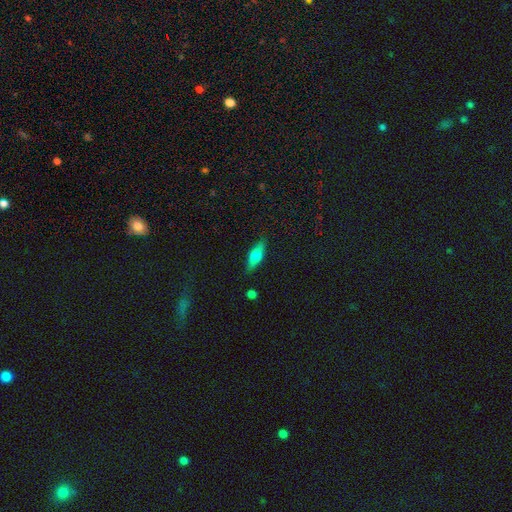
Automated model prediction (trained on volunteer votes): Smooth or featured? smooth (61%)
How rounded? in between (56%)
Merging? none (85%)